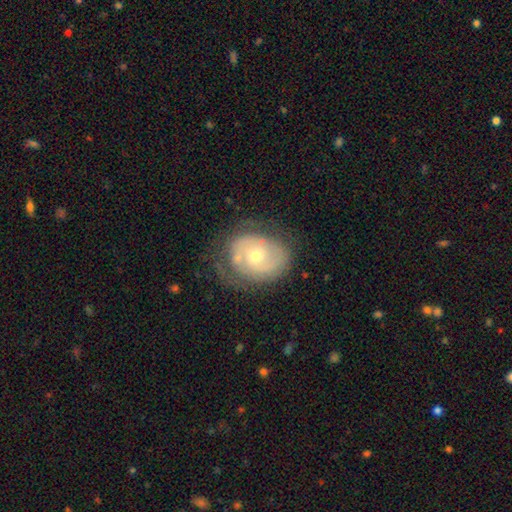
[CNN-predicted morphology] This is likely a featured or disk galaxy (65%). It is clearly not viewed edge-on (96%). Bar: likely no (72%). Spiral arm pattern: likely yes (69%). Central bulge: possibly moderate (56%). Merging: possibly none (59%).